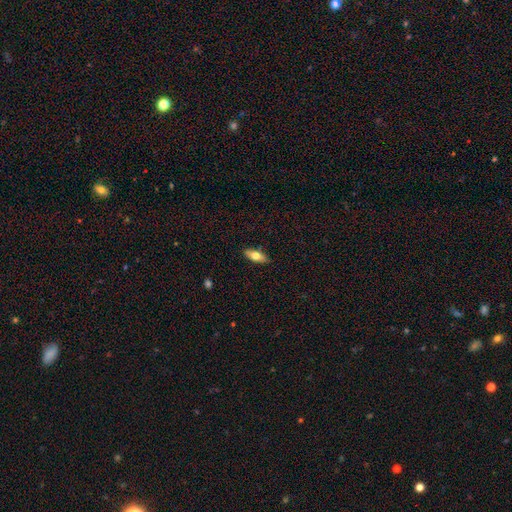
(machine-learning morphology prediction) A smooth galaxy with no disk features (67%) that is in between round and cigar-shaped (76%).

Vote fractions:
- Smooth or featured? smooth: 67% / featured or disk: 26% / star or artifact: 6%
- How rounded? in between: 76% / cigar-shaped: 21% / round: 3%
- Merging? none: 87% / minor disturbance: 10% / major disturbance: 2% / merger: 1%